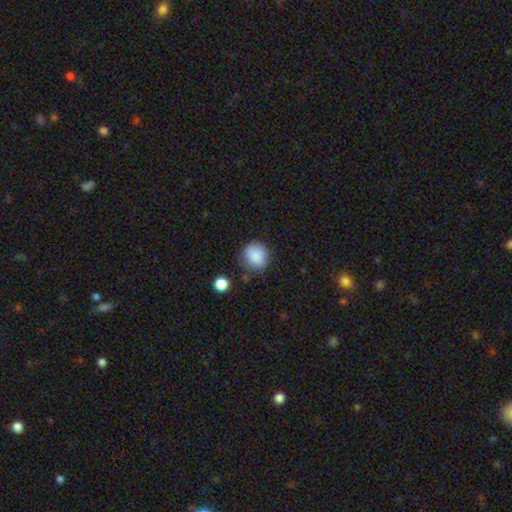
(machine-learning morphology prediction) Overall: smooth (87%). How rounded: round (77%). Merging: none (73%).